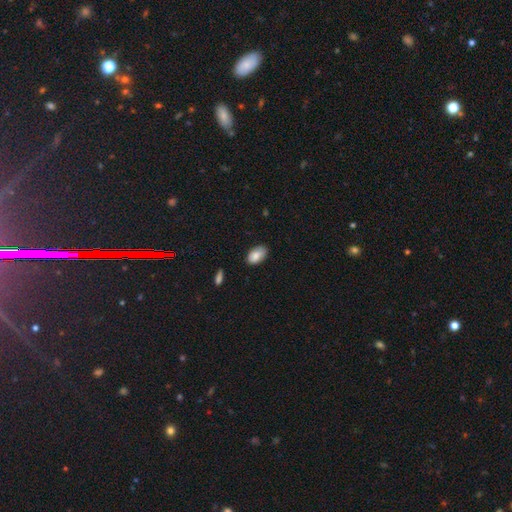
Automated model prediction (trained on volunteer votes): smooth-or-featured: smooth: 84% | featured or disk: 9% | star or artifact: 7%
  how-rounded: in between: 94% | round: 5% | cigar-shaped: 2%
  merging: none: 76% | minor disturbance: 20% | major disturbance: 3% | merger: 2%